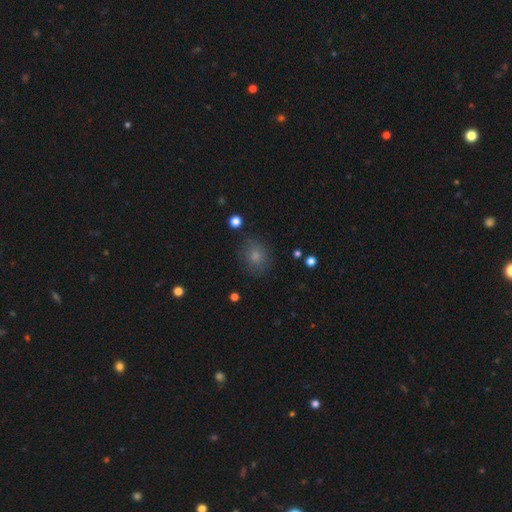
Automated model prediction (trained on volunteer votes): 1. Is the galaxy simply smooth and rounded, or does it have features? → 77% smooth, 12% star or artifact, 11% featured or disk.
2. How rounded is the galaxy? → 65% round, 34% in between, 1% cigar-shaped.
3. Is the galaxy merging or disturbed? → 79% none, 14% minor disturbance, 5% major disturbance, 2% merger.